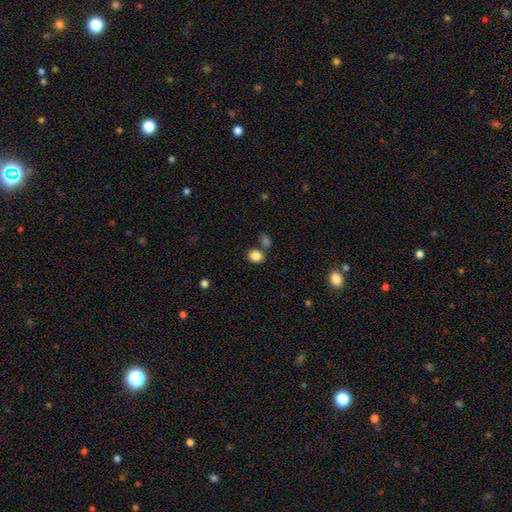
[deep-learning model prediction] smooth 85%, star or artifact 10%, featured or disk 5%. Down the decision tree: how rounded — in between (57%); merging — none (70%).